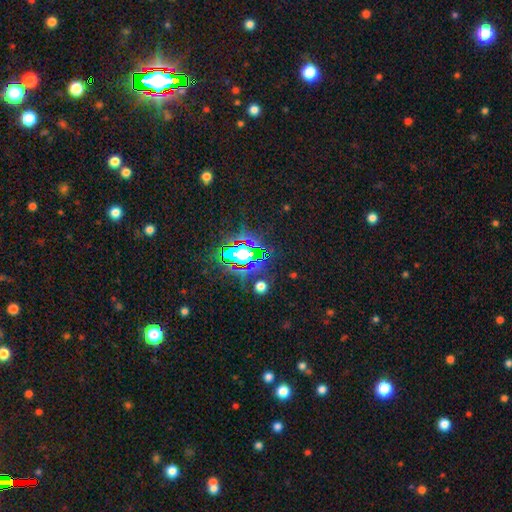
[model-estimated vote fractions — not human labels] star or artifact 84%, smooth 10%, featured or disk 7%.